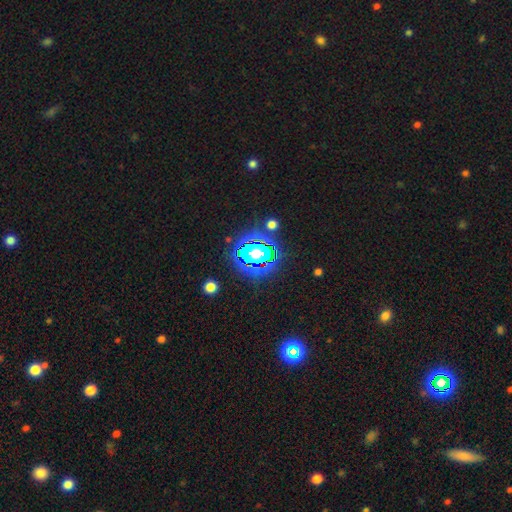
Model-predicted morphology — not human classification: type=star or artifact (68%).